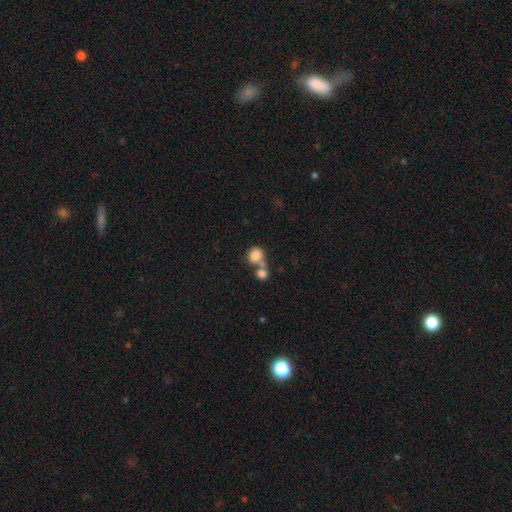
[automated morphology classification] Smooth or featured? smooth (81%)
How rounded? round (69%)
Merging? merger (50%)